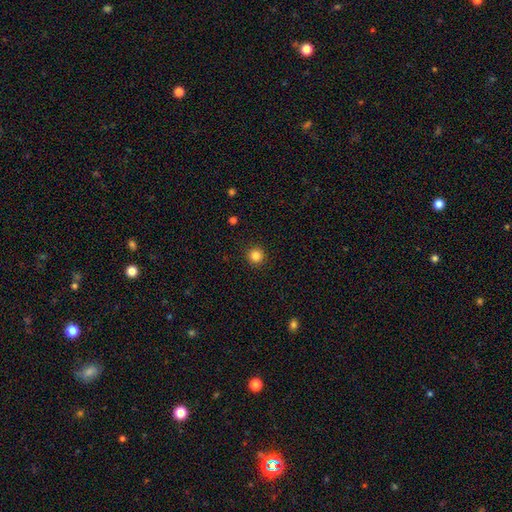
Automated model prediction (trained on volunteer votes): This is clearly a smooth galaxy (84%). How rounded: clearly round (95%). Merging: clearly none (92%).